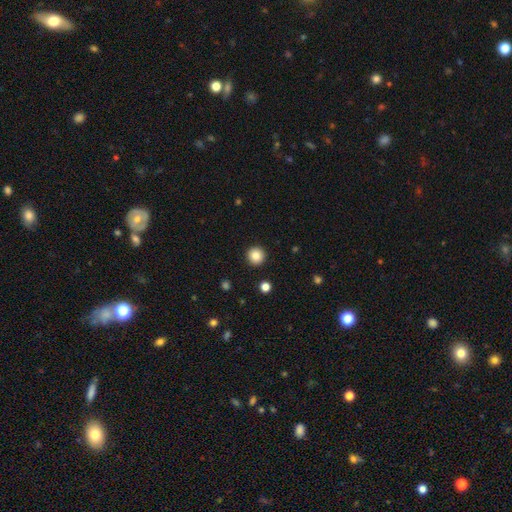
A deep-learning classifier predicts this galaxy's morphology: The model was most divided on "smooth or featured": smooth: 85%, star or artifact: 10%, featured or disk: 5%. More confident: how rounded — round (95%); merging — none (93%).